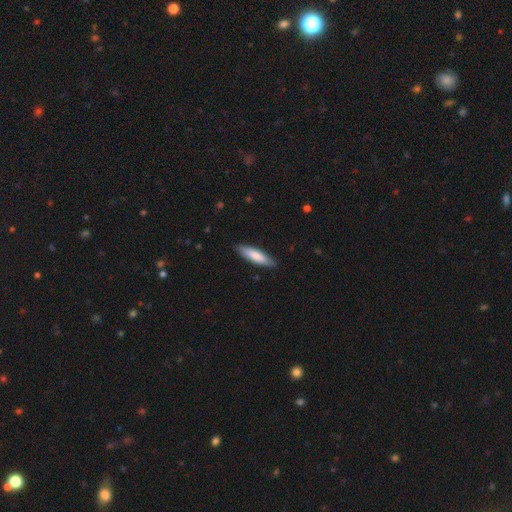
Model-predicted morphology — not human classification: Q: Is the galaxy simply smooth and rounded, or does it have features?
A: smooth — 79%.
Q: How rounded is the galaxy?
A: cigar-shaped — 66%.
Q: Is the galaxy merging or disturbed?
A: none — 87%.